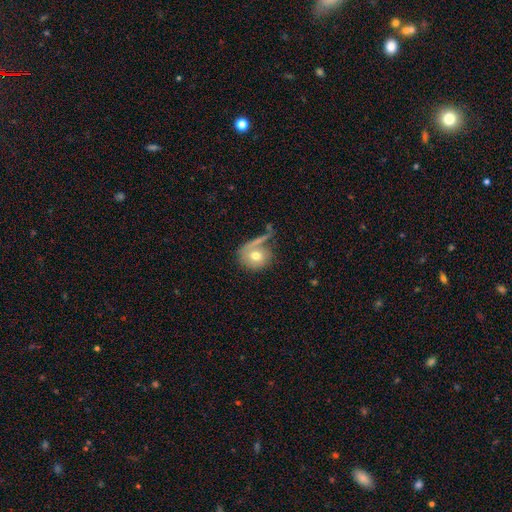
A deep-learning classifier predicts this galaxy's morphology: This is likely a smooth galaxy (67%). How rounded: likely round (74%). Merging: marginally none (44%).